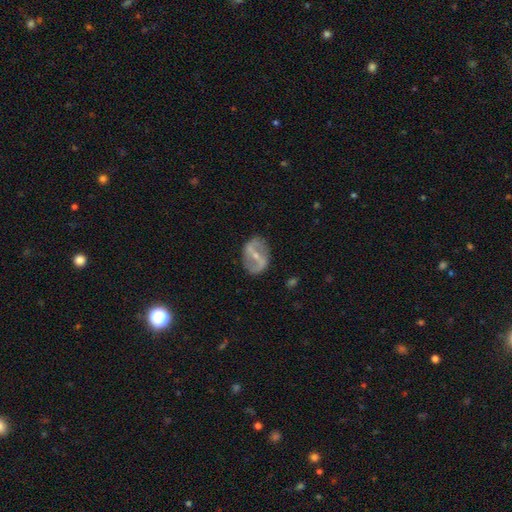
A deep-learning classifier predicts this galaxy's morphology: Smooth or featured: featured or disk — 78% (smooth — 15%)
Edge-on disk: no — 94% (yes — 6%)
Bar: strong — 66% (weak — 24%)
Spiral arms: yes — 65% (no — 35%)
Bulge size: small — 64% (moderate — 29%)
Merging: none — 80% (minor disturbance — 13%)